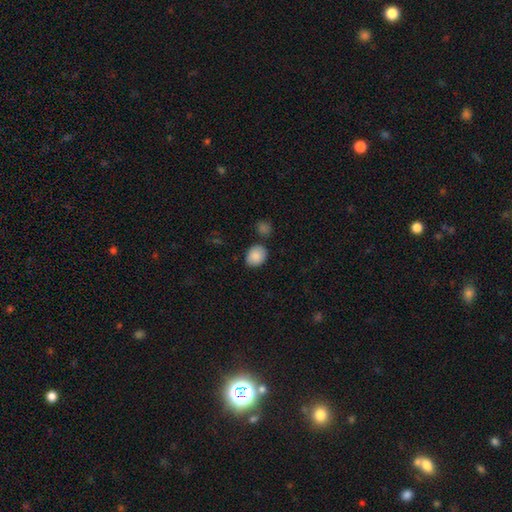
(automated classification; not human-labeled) A smooth galaxy with no disk features (88%) that is in between round and cigar-shaped (52%). Merging: none (79%).